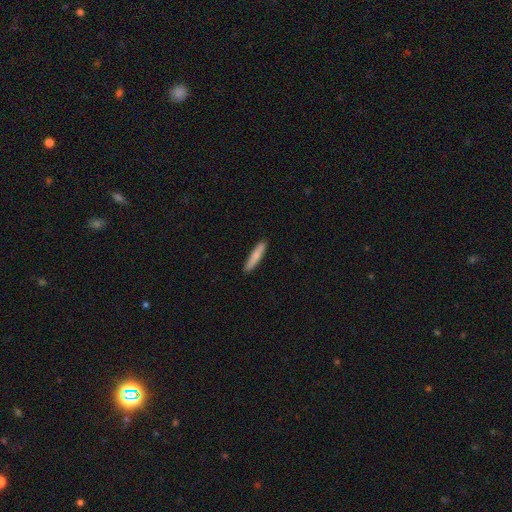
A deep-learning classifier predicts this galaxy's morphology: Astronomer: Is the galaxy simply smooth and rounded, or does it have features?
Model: smooth — 81%.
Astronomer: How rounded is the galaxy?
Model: cigar-shaped — 90%.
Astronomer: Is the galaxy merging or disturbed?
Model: none — 90%.